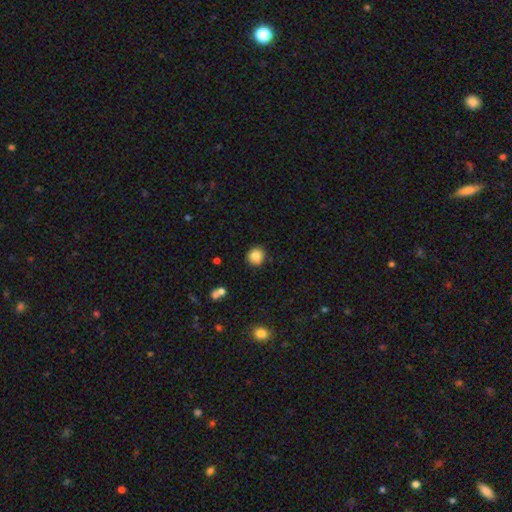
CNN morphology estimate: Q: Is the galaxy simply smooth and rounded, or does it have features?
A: smooth — 84%.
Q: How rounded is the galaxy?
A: round — 88%.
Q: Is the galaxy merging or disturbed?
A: none — 86%.